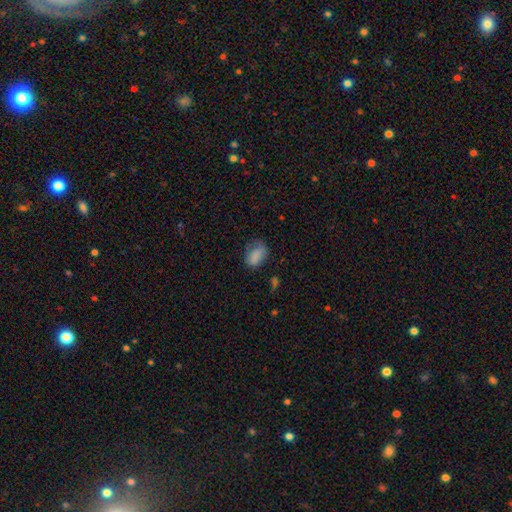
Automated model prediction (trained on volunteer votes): smooth 81%, star or artifact 9%, featured or disk 9%. Down the decision tree: how rounded — in between (82%); merging — none (51%).